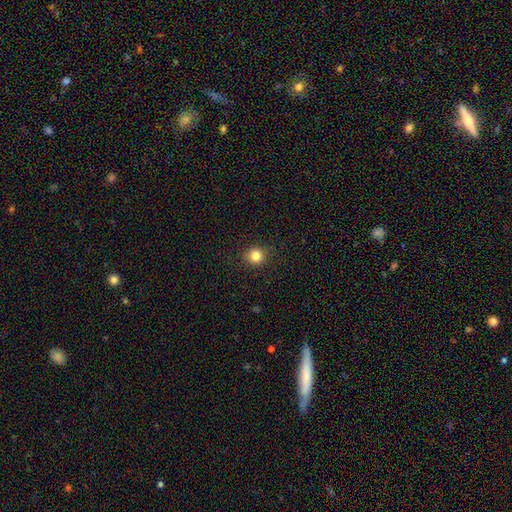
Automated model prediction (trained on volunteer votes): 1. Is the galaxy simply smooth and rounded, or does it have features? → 83% smooth, 12% star or artifact, 5% featured or disk.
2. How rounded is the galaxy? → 91% round, 8% in between, 1% cigar-shaped.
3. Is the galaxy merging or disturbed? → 90% none, 7% minor disturbance, 2% major disturbance, 1% merger.